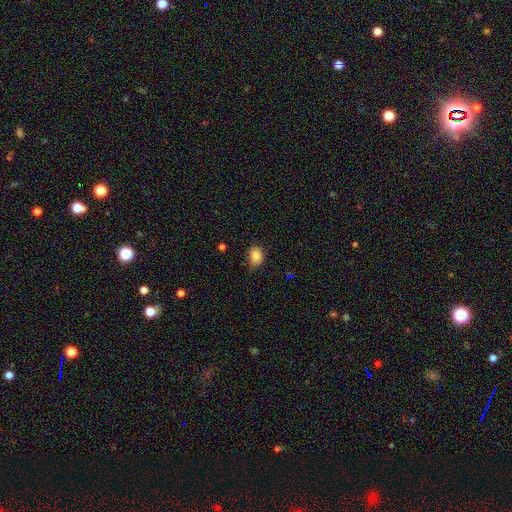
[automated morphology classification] This appears to be a smooth galaxy with no disk features (85%) that is in between round and cigar-shaped (65%). Merging: none (78%).